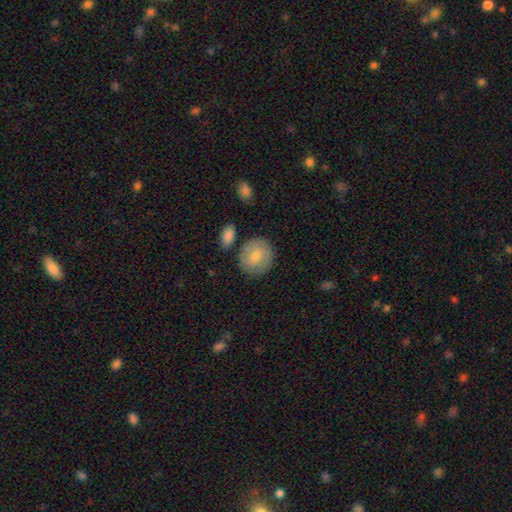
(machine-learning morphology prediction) Smooth or featured? Predicted: smooth (p=0.74). How rounded? Predicted: round (p=0.83). Merging? Predicted: none (p=0.79).